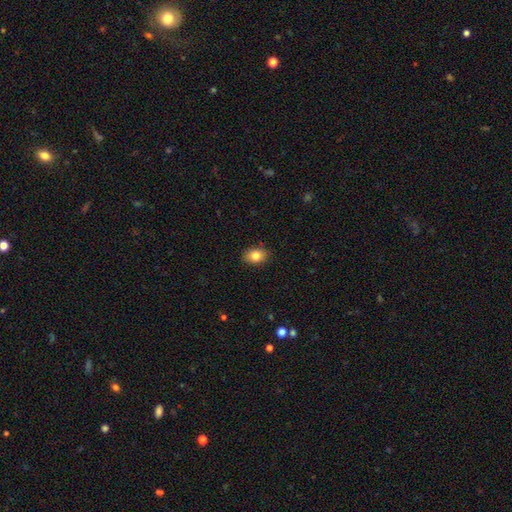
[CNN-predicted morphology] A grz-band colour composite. It shows a smooth galaxy with no disk features (83%) that is in between round and cigar-shaped (73%). Merging: none (88%).